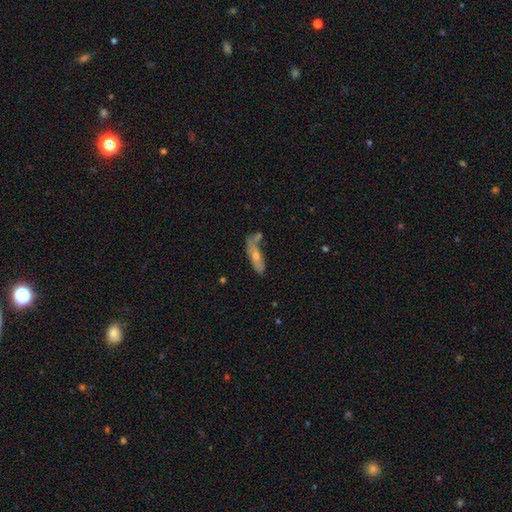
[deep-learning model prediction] smooth-or-featured: smooth: 60% | featured or disk: 33% | star or artifact: 8%
  how-rounded: cigar-shaped: 55% | in between: 43% | round: 2%
  merging: none: 43% | minor disturbance: 24% | merger: 20% | major disturbance: 13%